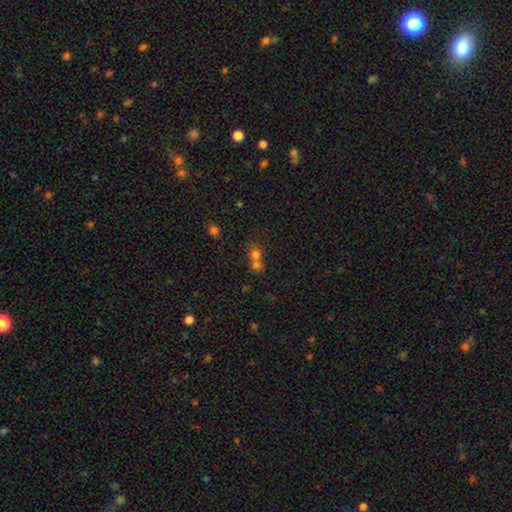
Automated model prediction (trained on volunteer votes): This is likely a smooth galaxy (61%). How rounded: likely round (76%). Merging: possibly merger (56%).